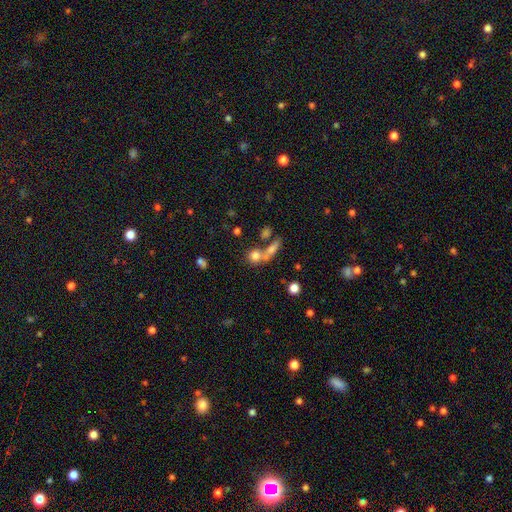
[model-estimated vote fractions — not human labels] The model was most divided on "merging": merger: 44%, none: 42%, minor disturbance: 8%, major disturbance: 6%. More confident: how rounded — round (72%); smooth or featured — smooth (71%).